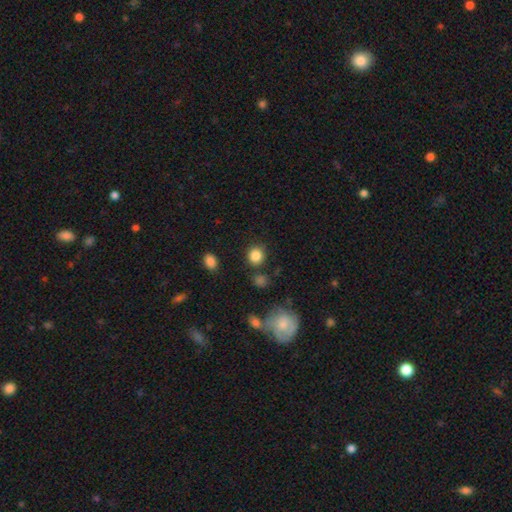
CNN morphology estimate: smooth 85%, star or artifact 10%, featured or disk 5%. Down the decision tree: how rounded — round (85%); merging — none (83%).